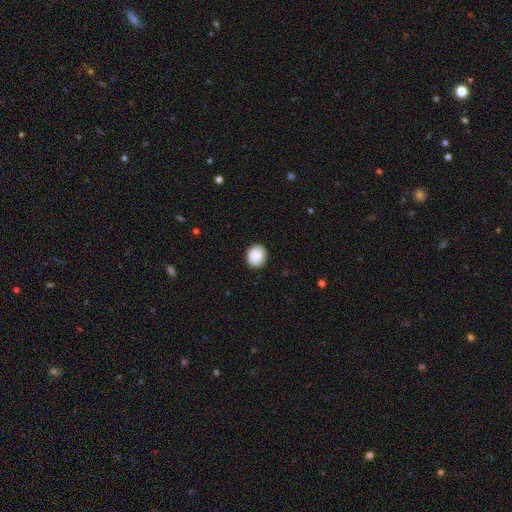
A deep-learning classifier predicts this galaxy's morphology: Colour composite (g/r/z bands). It shows a smooth galaxy with no disk features (89%) that is round (70%). Merging: none (89%).